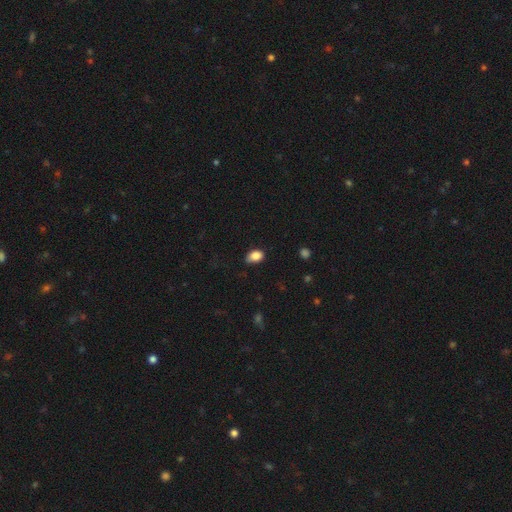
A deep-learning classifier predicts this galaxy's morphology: smooth-or-featured: smooth: 86% | star or artifact: 9% | featured or disk: 6%
  how-rounded: in between: 83% | round: 16% | cigar-shaped: 1%
  merging: none: 69% | minor disturbance: 25% | major disturbance: 4% | merger: 1%